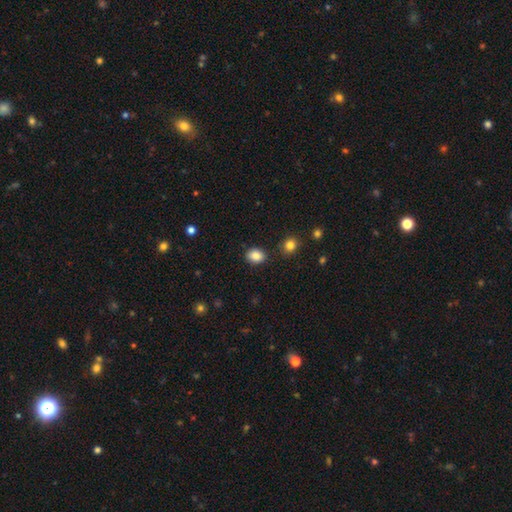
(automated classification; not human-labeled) Morphology: type=smooth (86%); roundness=in between (60%); merging=none (86%).